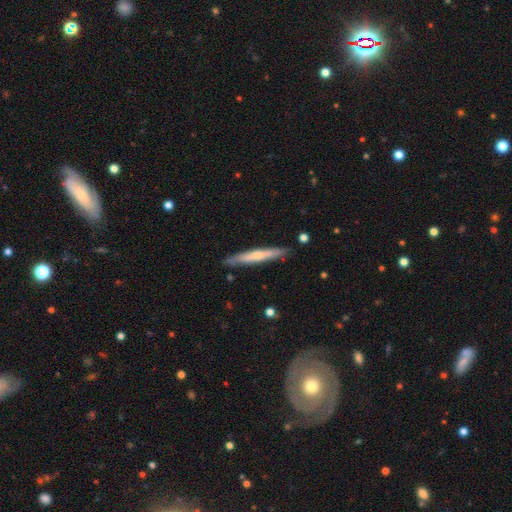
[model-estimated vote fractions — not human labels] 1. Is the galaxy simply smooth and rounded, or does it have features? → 67% featured or disk, 26% smooth, 7% star or artifact.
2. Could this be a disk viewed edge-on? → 90% yes, 10% no.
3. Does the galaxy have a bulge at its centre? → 67% rounded, 28% none, 5% boxy.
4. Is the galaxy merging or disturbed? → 87% none, 10% minor disturbance, 2% major disturbance, 2% merger.